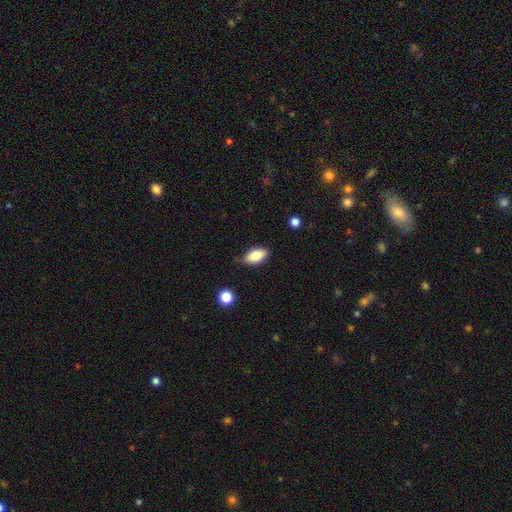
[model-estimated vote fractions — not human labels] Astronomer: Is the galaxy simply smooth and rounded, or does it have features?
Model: smooth — 76%.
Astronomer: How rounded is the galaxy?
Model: in between — 88%.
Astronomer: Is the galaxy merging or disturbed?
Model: none — 73%.